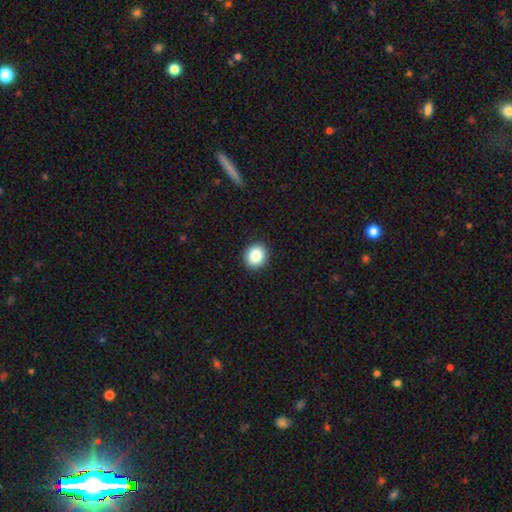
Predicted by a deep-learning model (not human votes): This appears to be a smooth galaxy with no disk features (86%) that is round (76%). Merging: none (92%).